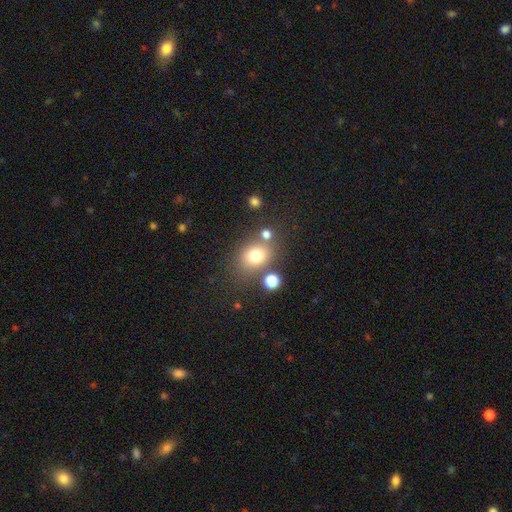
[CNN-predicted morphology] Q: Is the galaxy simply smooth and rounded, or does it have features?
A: smooth — 74%.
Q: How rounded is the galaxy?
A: round — 54%.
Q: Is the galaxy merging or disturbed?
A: none — 69%.